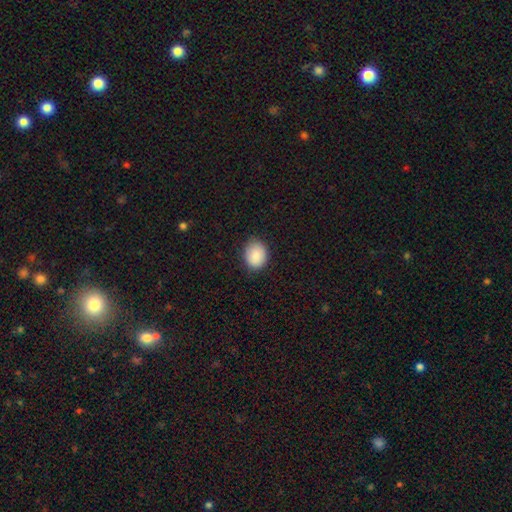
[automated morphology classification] Overall: smooth (89%). How rounded: in between (50%; round 49%). Merging: none (83%).